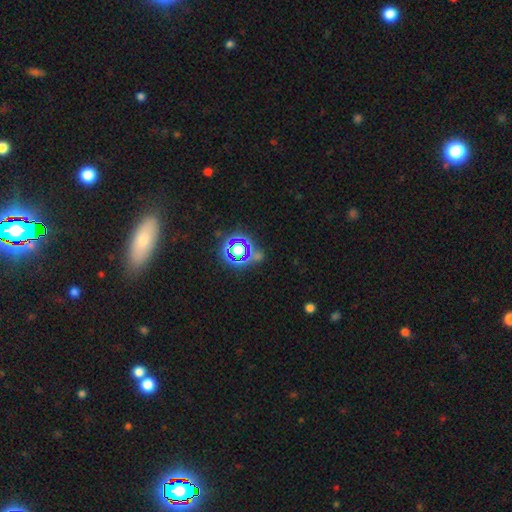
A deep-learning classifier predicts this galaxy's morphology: Smooth or featured: star or artifact — 72% (smooth — 18%)